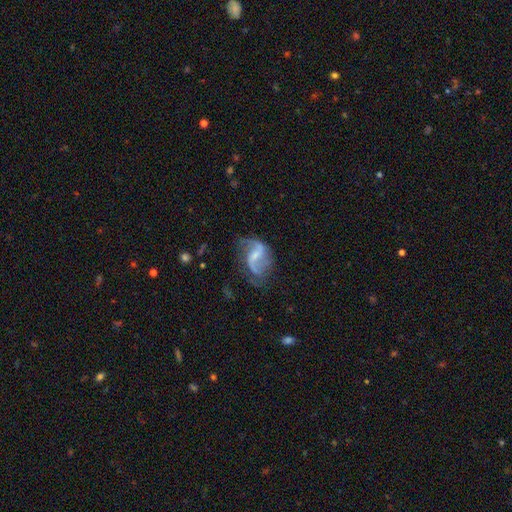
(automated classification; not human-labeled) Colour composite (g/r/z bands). It shows a featured or disk galaxy (84%) with a weak bar (50%), 2 (89%) loose (69%) spiral arms (93%) and a small central bulge (54%). Merging: none (57%).